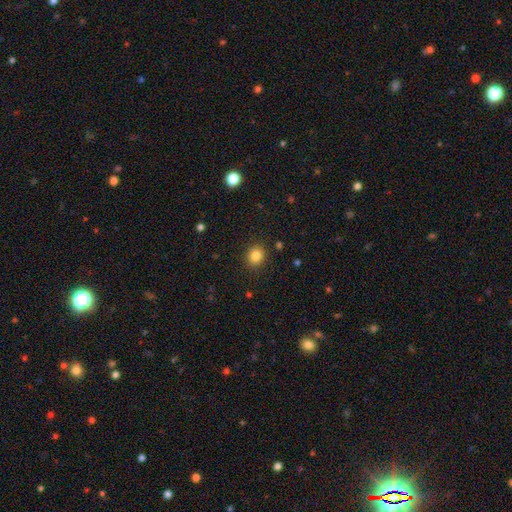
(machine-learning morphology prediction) This appears to be a smooth galaxy with no disk features (84%) that is round (76%). Merging: none (89%).